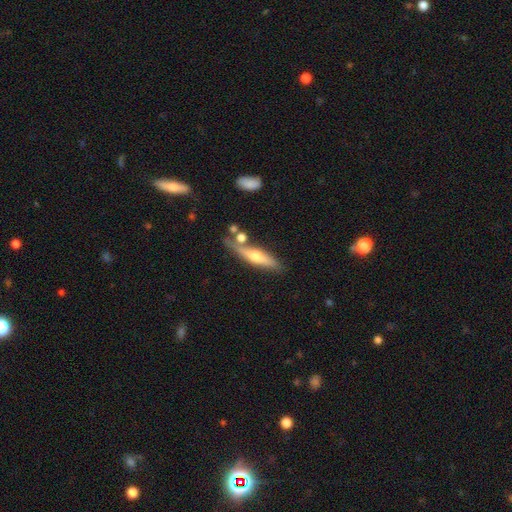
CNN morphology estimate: type=featured or disk (51%); edge-on=yes (88%); merging=none (65%).